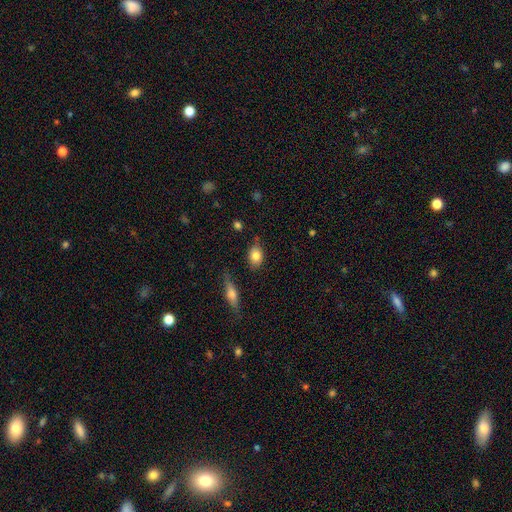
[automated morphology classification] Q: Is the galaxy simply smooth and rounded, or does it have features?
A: smooth — 81%.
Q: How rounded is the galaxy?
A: in between — 76%.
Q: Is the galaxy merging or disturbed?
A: none — 74%.